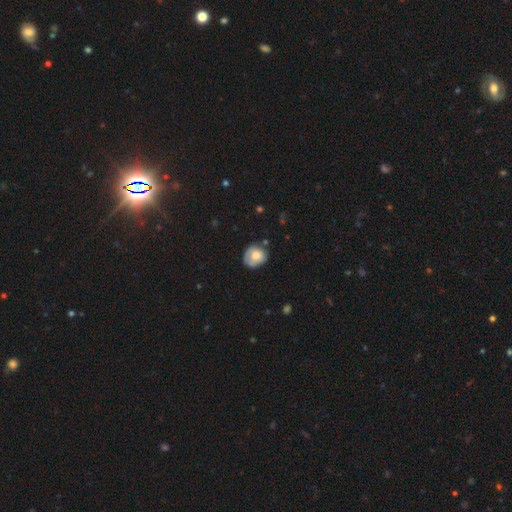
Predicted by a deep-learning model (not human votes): Overall: smooth (69%). How rounded: round (69%; in between 30%). Merging: none (59%; minor disturbance 29%).